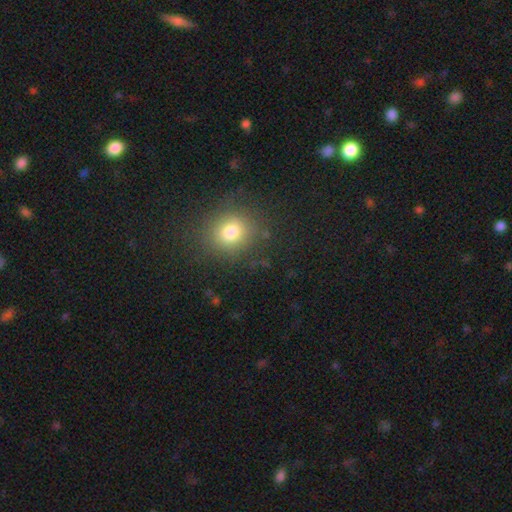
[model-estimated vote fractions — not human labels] smooth-or-featured: smooth: 70% | star or artifact: 23% | featured or disk: 8%
  how-rounded: round: 83% | in between: 16% | cigar-shaped: 1%
  merging: none: 88% | minor disturbance: 8% | major disturbance: 3% | merger: 1%